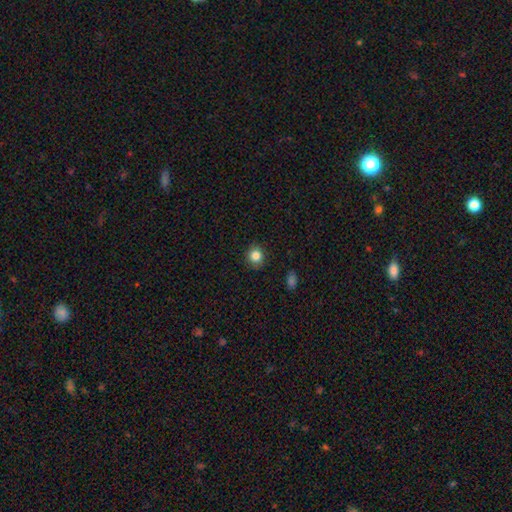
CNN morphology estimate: type=smooth (84%); roundness=round (88%); merging=none (88%).